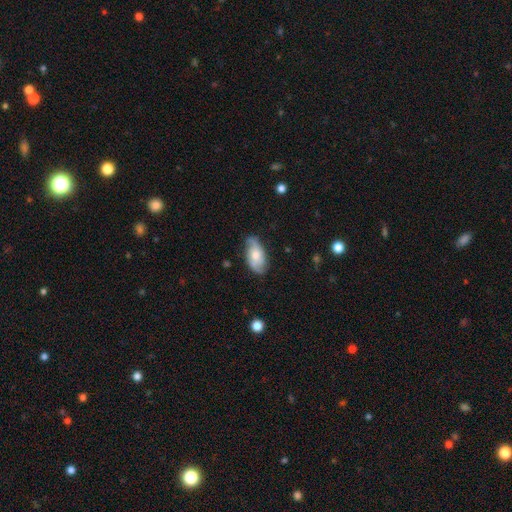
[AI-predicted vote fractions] smooth-or-featured: featured or disk: 53% | smooth: 40% | star or artifact: 7%
  disk-edge-on: no: 92% | yes: 8%
  merging: none: 69% | minor disturbance: 23% | major disturbance: 6% | merger: 1%